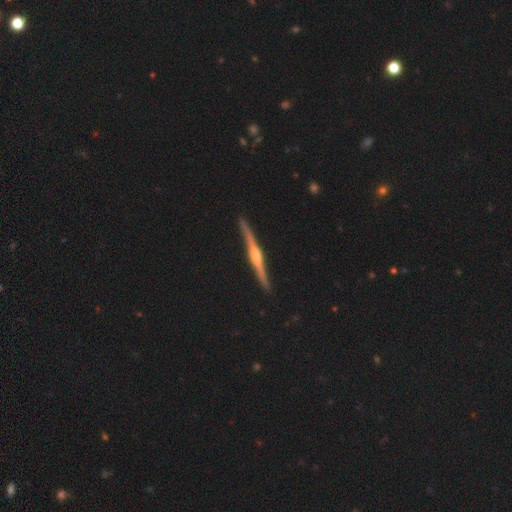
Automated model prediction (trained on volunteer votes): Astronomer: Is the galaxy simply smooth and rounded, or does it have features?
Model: featured or disk — 84%.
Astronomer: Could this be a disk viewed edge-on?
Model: yes — 98%.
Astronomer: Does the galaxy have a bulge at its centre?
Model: rounded — 83%.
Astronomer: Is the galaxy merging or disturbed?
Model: none — 91%.